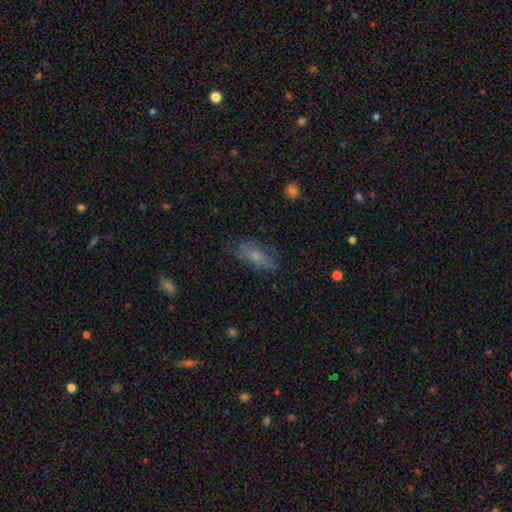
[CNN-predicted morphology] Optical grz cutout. It shows a smooth galaxy with no disk features (58%) that is in between round and cigar-shaped (73%). Merging: none (67%).